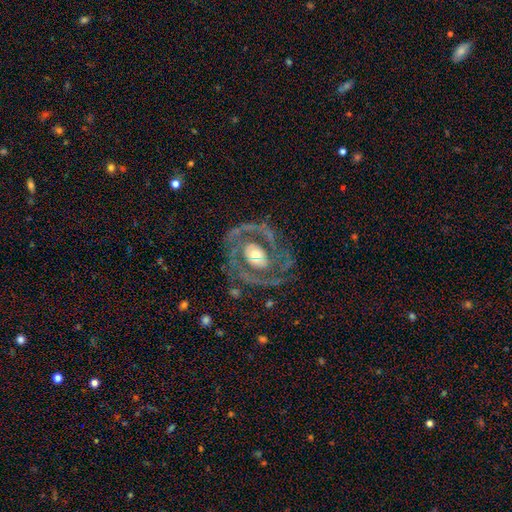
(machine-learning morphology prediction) Smooth or featured?
  - featured or disk: 85% *
  - smooth: 10%
  - star or artifact: 5%
Edge-on disk?
  - no: 97% *
  - yes: 3%
Bar?
  - no: 56% *
  - weak: 28%
  - strong: 15%
Spiral arms?
  - yes: 81% *
  - no: 19%
Spiral winding?
  - tight: 43% * (tied)
  - medium: 43% * (tied)
  - loose: 15%
Spiral arm count?
  - 2: 62% *
  - can't tell: 14%
  - 3: 10%
  - 1: 7%
  - 4: 4%
  - more than 4: 4%
Bulge size?
  - moderate: 59% *
  - small: 22%
  - large: 16%
  - dominant: 2%
  - none: 1%
Merging?
  - none: 68% *
  - minor disturbance: 16%
  - major disturbance: 14%
  - merger: 2%